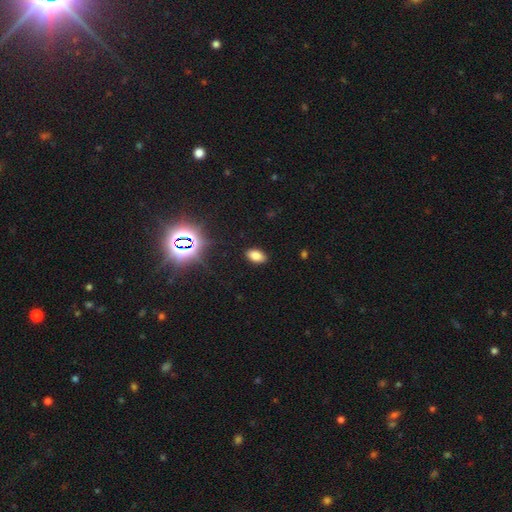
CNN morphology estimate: Smooth or featured? Predicted: smooth (p=0.78). How rounded? Predicted: in between (p=0.91). Merging? Predicted: none (p=0.88).